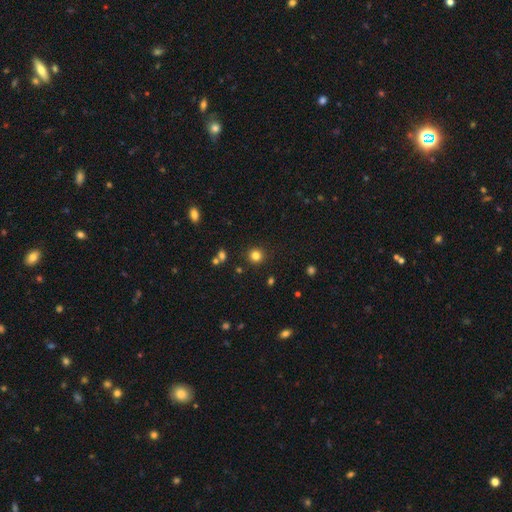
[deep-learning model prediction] This is clearly a smooth galaxy (81%). How rounded: clearly round (93%). Merging: clearly none (89%).